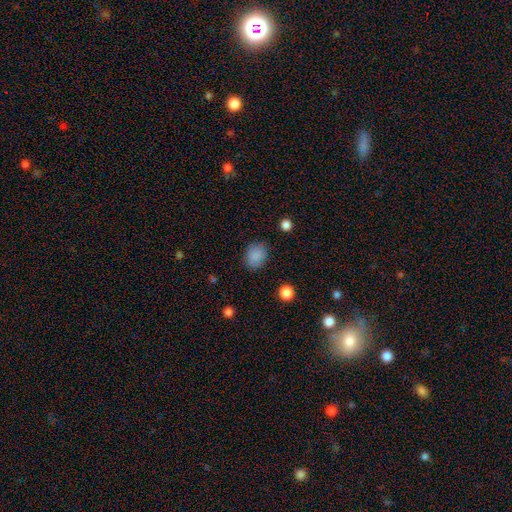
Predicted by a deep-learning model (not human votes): Morphology: type=smooth (86%); roundness=in between (54%); merging=none (83%).